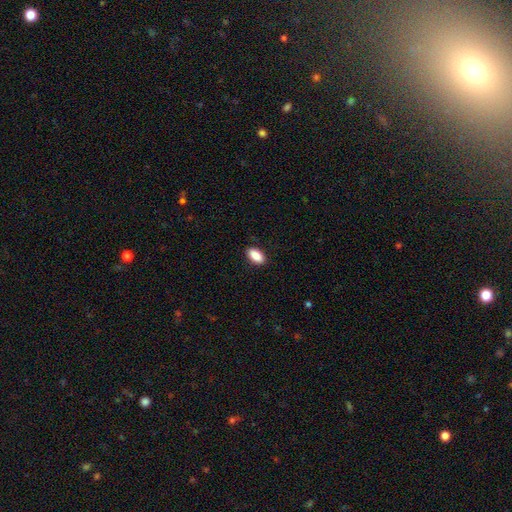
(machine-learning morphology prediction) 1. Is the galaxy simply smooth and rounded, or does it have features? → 88% smooth, 7% star or artifact, 5% featured or disk.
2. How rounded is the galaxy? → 92% in between, 4% cigar-shaped, 4% round.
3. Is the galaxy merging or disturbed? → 88% none, 9% minor disturbance, 2% major disturbance, 1% merger.